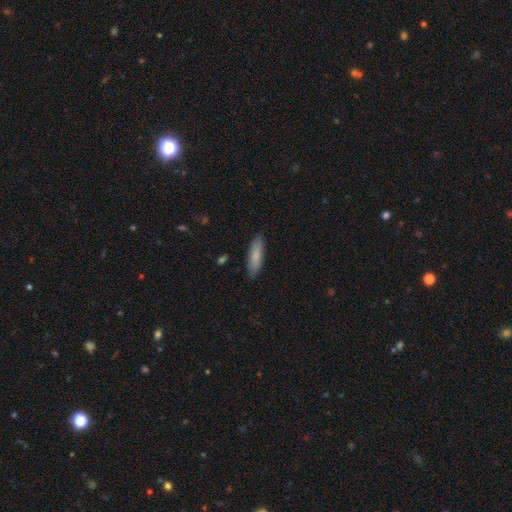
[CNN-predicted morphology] smooth 83%, featured or disk 12%, star or artifact 6%. Down the decision tree: how rounded — cigar-shaped (61%); merging — none (88%).